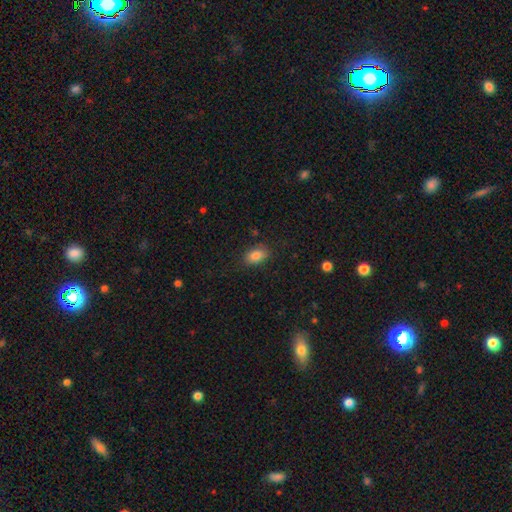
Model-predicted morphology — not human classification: Smooth or featured?
  - smooth: 84% *
  - star or artifact: 9%
  - featured or disk: 7%
How rounded?
  - in between: 87% *
  - round: 11%
  - cigar-shaped: 2%
Merging?
  - none: 84% *
  - minor disturbance: 12%
  - major disturbance: 3%
  - merger: 1%